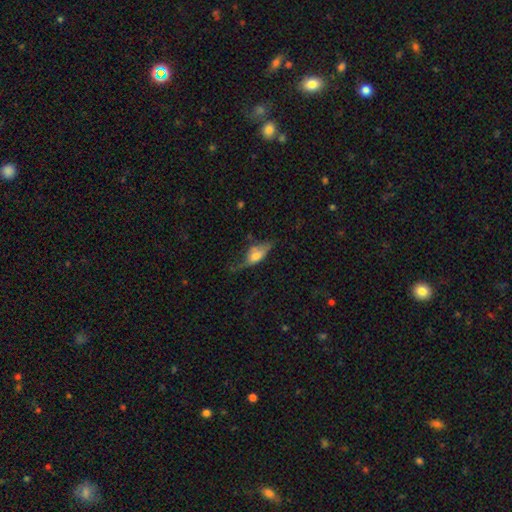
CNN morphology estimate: The model was most divided on "merging": none: 34%, major disturbance: 30%, minor disturbance: 30%, merger: 6%. More confident: how rounded — in between (74%); smooth or featured — smooth (55%).